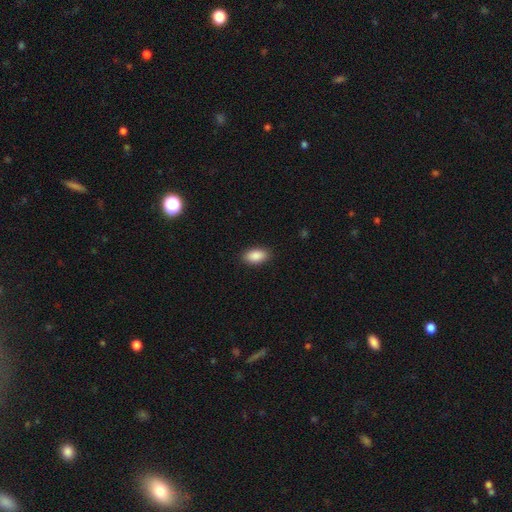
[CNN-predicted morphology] Smooth or featured? smooth (90%)
How rounded? in between (93%)
Merging? none (89%)